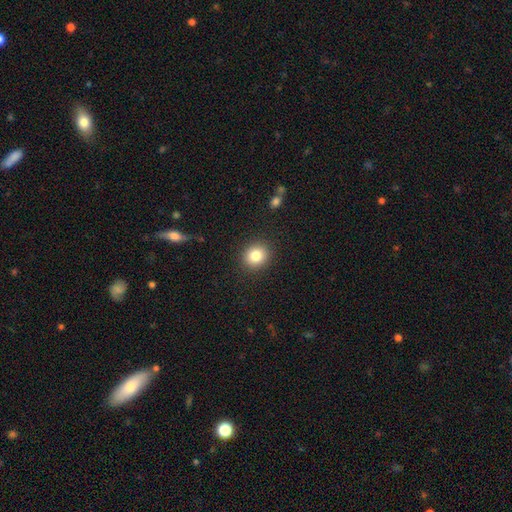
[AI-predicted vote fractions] The model was most divided on "how rounded": round: 80%, in between: 19%, cigar-shaped: 1%. More confident: merging — none (90%); smooth or featured — smooth (82%).